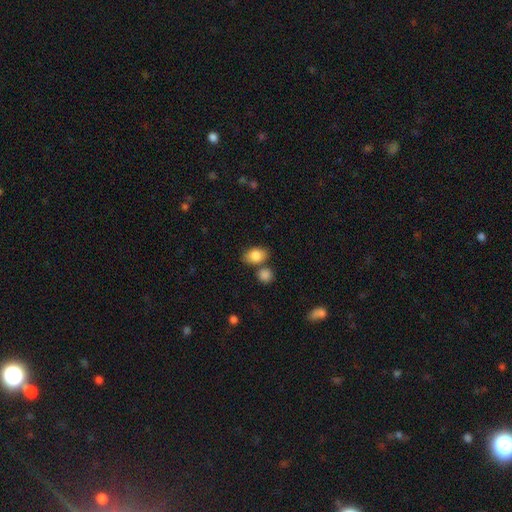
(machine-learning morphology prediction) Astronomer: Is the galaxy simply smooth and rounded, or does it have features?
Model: smooth — 84%.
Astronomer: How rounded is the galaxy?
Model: in between — 81%.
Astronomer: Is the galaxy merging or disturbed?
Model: none — 68%.